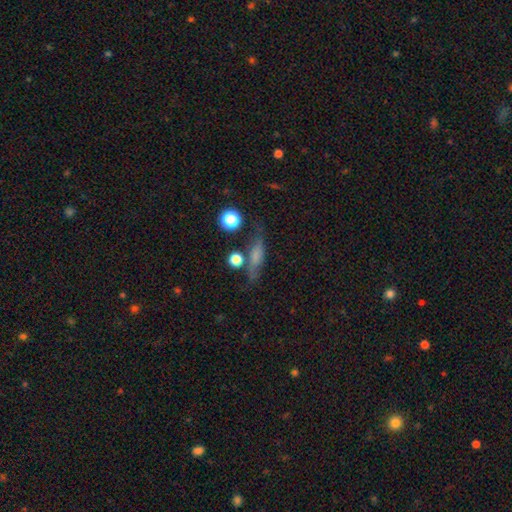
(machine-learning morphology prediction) A smooth galaxy with no disk features (56%) that is cigar-shaped (52%). Merging: none (64%).